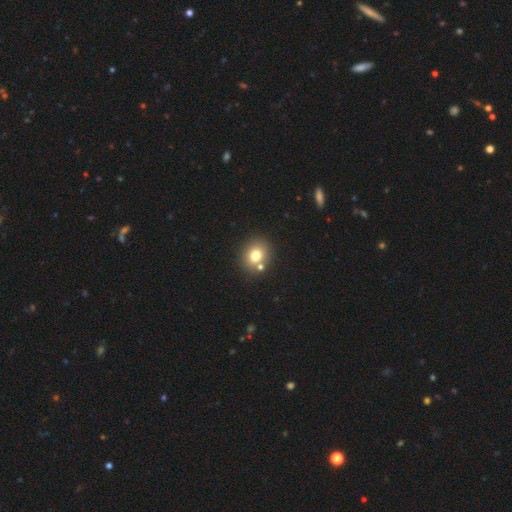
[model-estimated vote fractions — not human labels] smooth_or_featured: smooth (p=0.76) [alt: star or artifact p=0.12]
how_rounded: round (p=0.70) [alt: in between p=0.30]
merging: none (p=0.74) [alt: merger p=0.14]